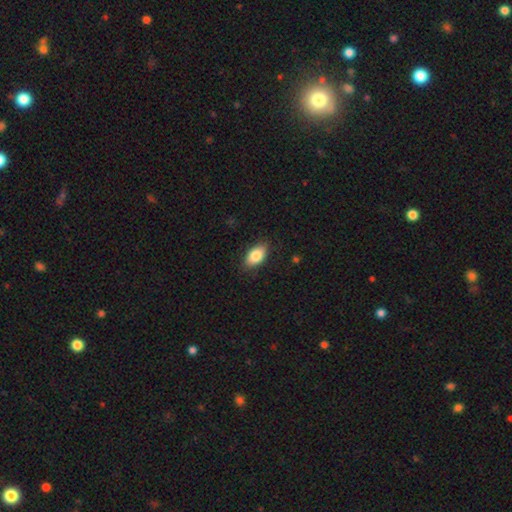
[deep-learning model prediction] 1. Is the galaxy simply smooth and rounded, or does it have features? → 84% smooth, 9% featured or disk, 7% star or artifact.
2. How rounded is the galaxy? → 91% in between, 5% round, 4% cigar-shaped.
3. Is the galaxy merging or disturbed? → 85% none, 11% minor disturbance, 2% major disturbance, 1% merger.